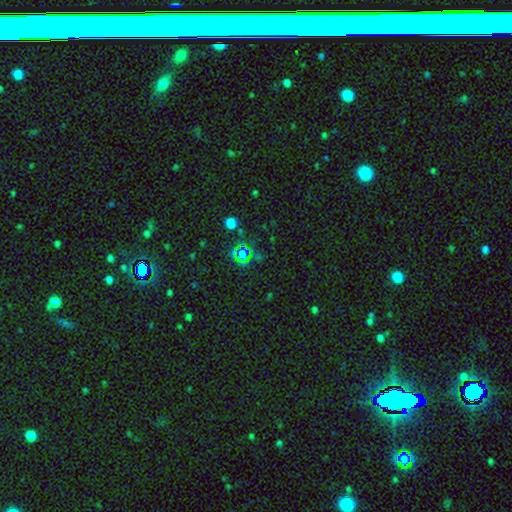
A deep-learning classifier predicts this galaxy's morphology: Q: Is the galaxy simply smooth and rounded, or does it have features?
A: star or artifact — 74%.